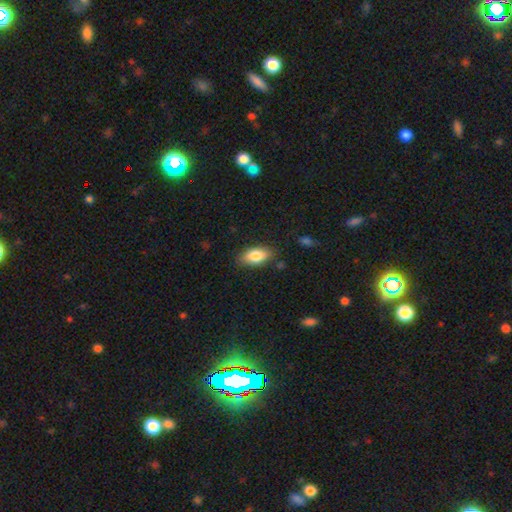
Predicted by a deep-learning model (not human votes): Overall: smooth (81%). How rounded: in between (88%). Merging: none (82%).